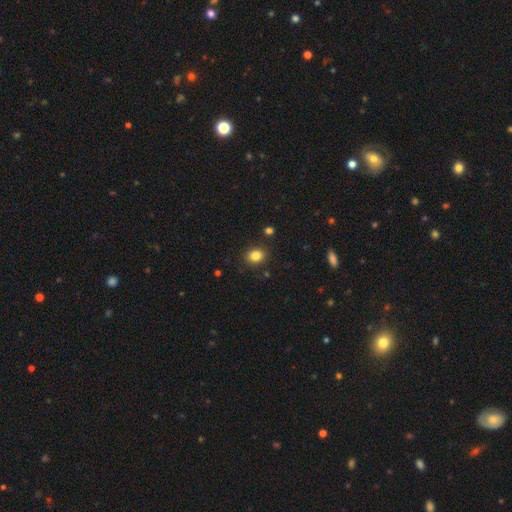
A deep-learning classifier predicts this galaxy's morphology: smooth-or-featured: smooth: 84% | star or artifact: 11% | featured or disk: 5%
  how-rounded: round: 53% | in between: 46% | cigar-shaped: 1%
  merging: none: 87% | minor disturbance: 9% | major disturbance: 2% | merger: 2%